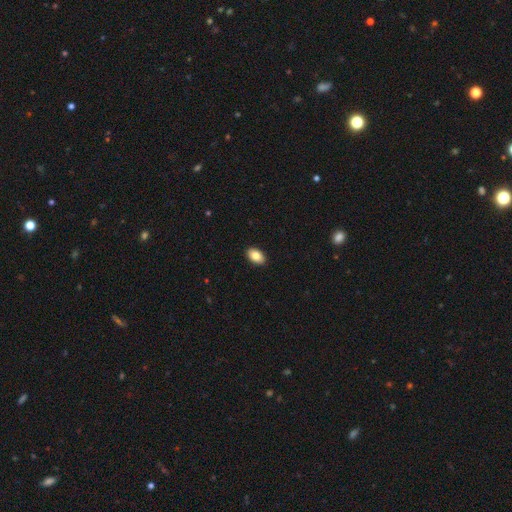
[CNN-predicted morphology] type=smooth (85%); roundness=in between (92%); merging=none (90%).